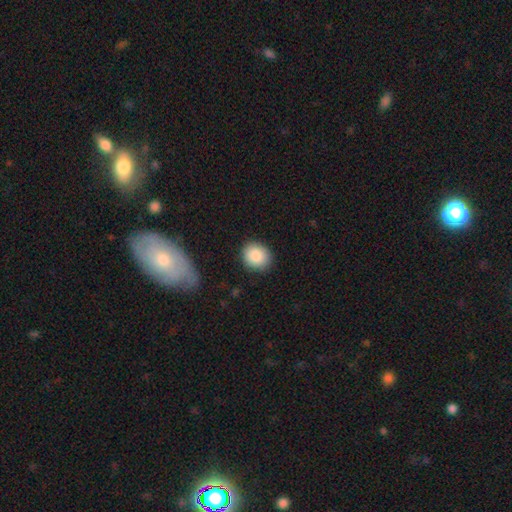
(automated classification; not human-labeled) Smooth or featured: smooth — 88% (star or artifact — 7%)
How rounded: round — 72% (in between — 26%)
Merging: none — 87% (minor disturbance — 9%)